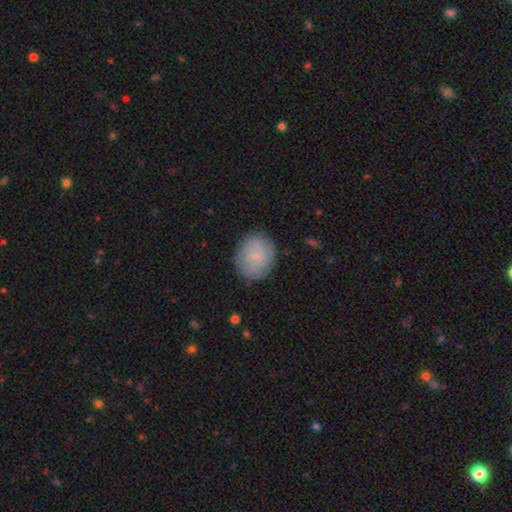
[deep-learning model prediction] A smooth galaxy with no disk features (59%) that is round (72%).

Vote fractions:
- Smooth or featured? smooth: 59% / featured or disk: 33% / star or artifact: 8%
- How rounded? round: 72% / in between: 26% / cigar-shaped: 1%
- Merging? none: 84% / minor disturbance: 12% / major disturbance: 3% / merger: 1%